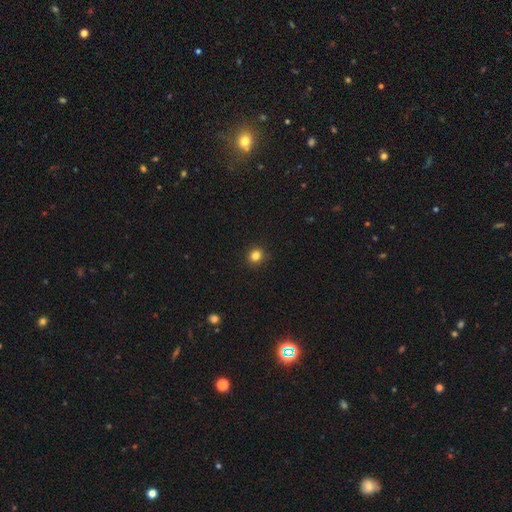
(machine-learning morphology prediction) Overall: smooth (83%). How rounded: round (84%). Merging: none (92%).